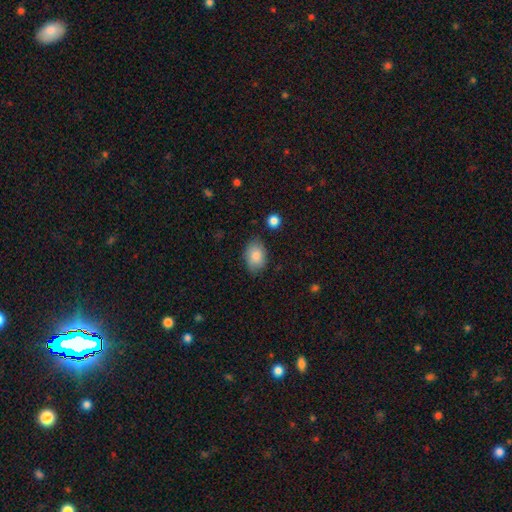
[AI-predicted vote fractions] Smooth or featured? smooth (83%)
How rounded? in between (82%)
Merging? none (75%)